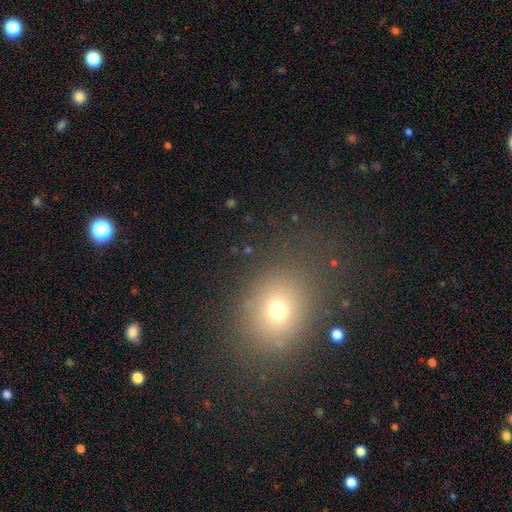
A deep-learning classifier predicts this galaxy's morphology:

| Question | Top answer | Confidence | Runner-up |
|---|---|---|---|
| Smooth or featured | smooth | 64% | star or artifact (25%) |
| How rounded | round | 57% | in between (42%) |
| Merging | none | 84% | minor disturbance (10%) |